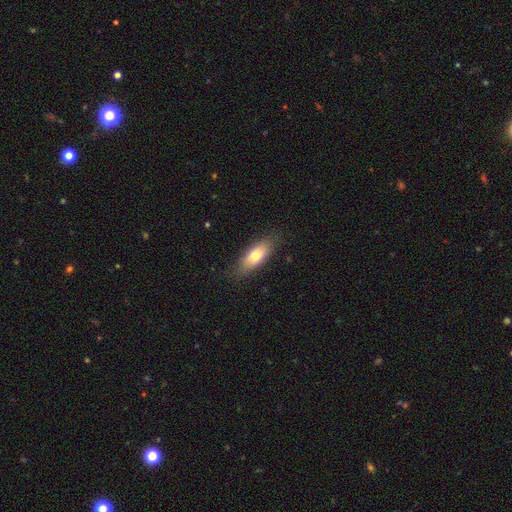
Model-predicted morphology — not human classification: Smooth or featured: smooth — 71% (featured or disk — 22%)
How rounded: in between — 72% (cigar-shaped — 25%)
Merging: none — 82% (minor disturbance — 14%)